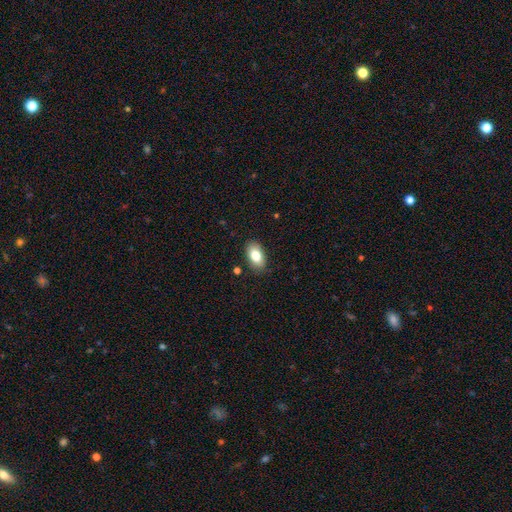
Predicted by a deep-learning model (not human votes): Smooth or featured: smooth — 80% (featured or disk — 12%)
How rounded: in between — 93% (round — 5%)
Merging: none — 86% (minor disturbance — 10%)